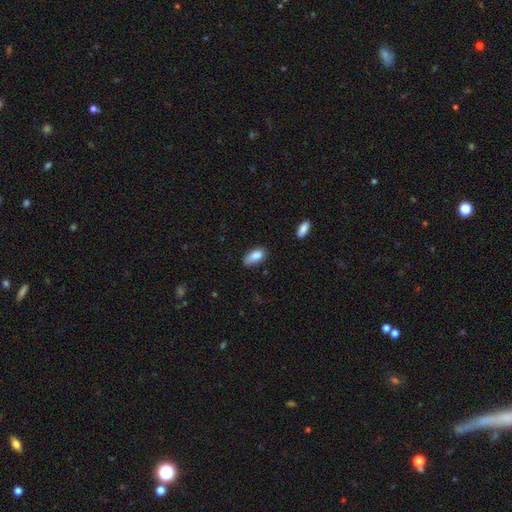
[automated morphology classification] Smooth or featured? smooth (85%)
How rounded? in between (88%)
Merging? none (62%)